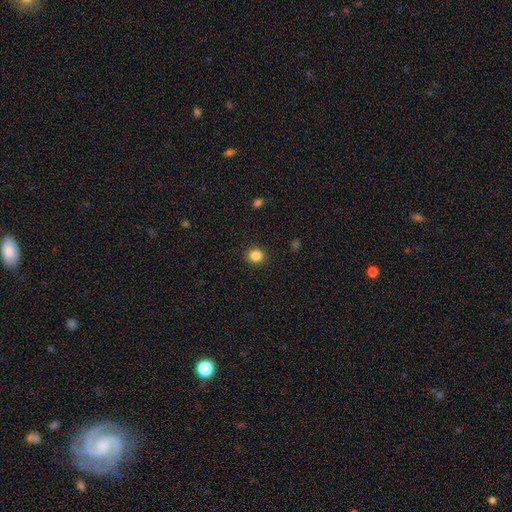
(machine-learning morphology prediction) This appears to be a smooth galaxy with no disk features (85%) that is round (83%). Merging: none (91%).